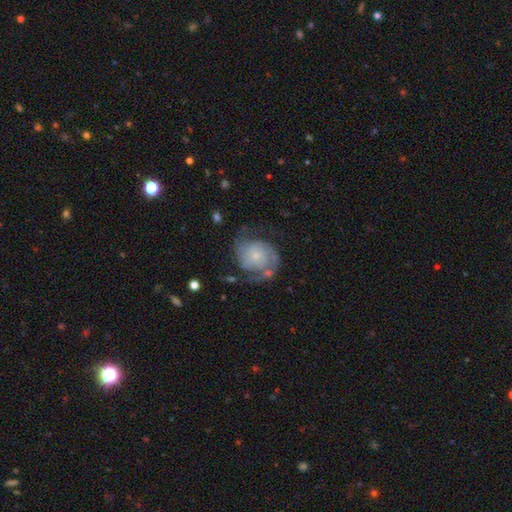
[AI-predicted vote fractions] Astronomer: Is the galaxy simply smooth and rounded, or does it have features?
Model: featured or disk — 83%.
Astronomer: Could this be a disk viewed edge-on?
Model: no — 98%.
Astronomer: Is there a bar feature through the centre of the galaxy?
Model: no — 78%.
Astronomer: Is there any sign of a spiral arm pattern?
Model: yes — 96%.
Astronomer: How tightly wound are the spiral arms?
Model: medium — 42% (runner-up: tight, 38%).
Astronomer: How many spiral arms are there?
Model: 2 — 79%.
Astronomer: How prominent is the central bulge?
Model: small — 76%.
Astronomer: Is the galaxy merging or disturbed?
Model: none — 62%.